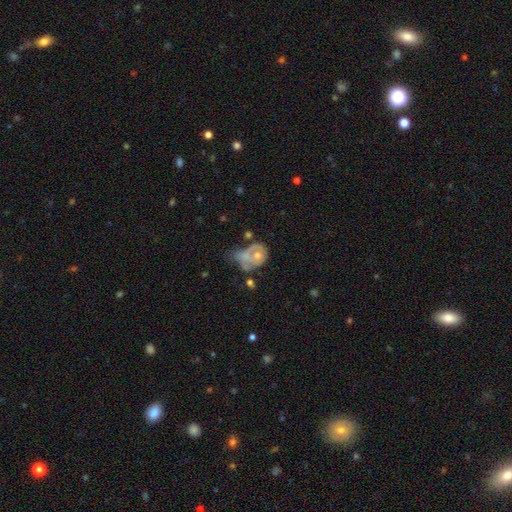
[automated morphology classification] smooth_or_featured: featured or disk (p=0.47) [alt: smooth p=0.44]
merging: major disturbance (p=0.32) [alt: merger p=0.28]